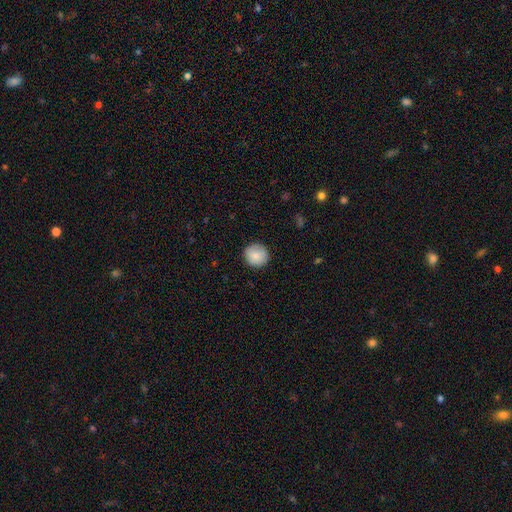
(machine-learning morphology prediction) Smooth or featured? Predicted: smooth (p=0.85). How rounded? Predicted: round (p=0.94). Merging? Predicted: none (p=0.88).